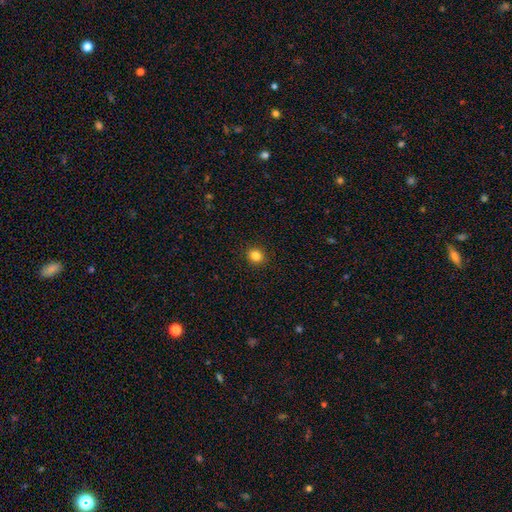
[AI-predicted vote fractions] A smooth galaxy with no disk features (83%) that is round (78%). Merging: none (92%).